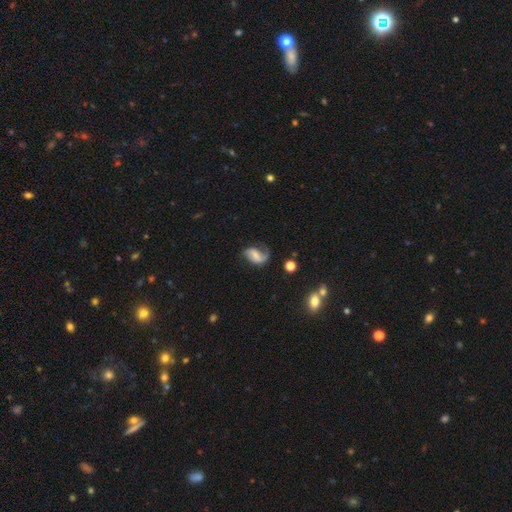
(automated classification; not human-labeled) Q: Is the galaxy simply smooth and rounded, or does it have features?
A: featured or disk — 59%.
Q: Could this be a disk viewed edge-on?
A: no — 97%.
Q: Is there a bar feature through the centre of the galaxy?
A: weak — 41%.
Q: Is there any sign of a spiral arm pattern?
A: yes — 89%.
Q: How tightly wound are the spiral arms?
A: loose — 59%.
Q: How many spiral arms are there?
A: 2 — 64%.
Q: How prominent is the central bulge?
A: none — 37%.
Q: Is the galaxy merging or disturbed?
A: none — 49%.